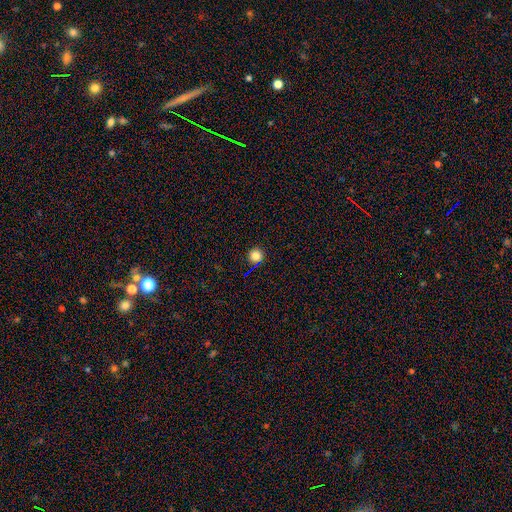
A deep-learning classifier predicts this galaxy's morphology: This is likely a smooth galaxy (78%). How rounded: clearly round (95%). Merging: clearly none (88%).